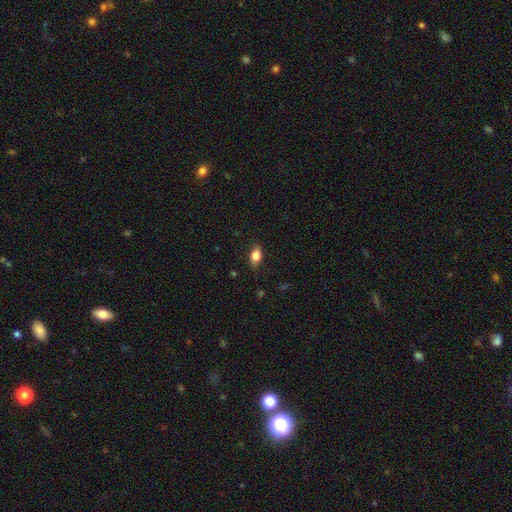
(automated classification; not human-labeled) This appears to be a smooth galaxy with no disk features (81%) that is in between round and cigar-shaped (83%). Merging: none (82%).